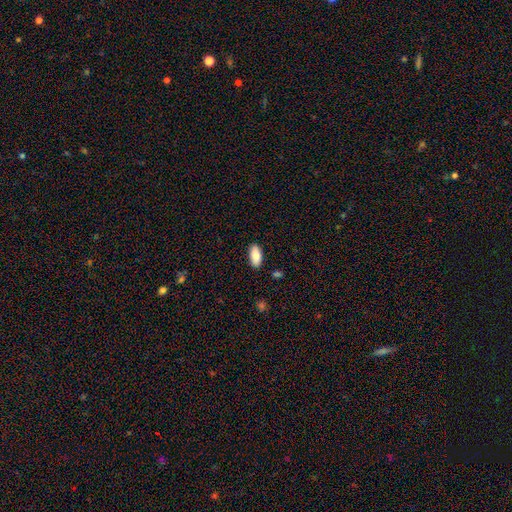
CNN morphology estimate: Smooth or featured: smooth — 85% (featured or disk — 9%)
How rounded: in between — 89% (cigar-shaped — 9%)
Merging: none — 88% (minor disturbance — 9%)